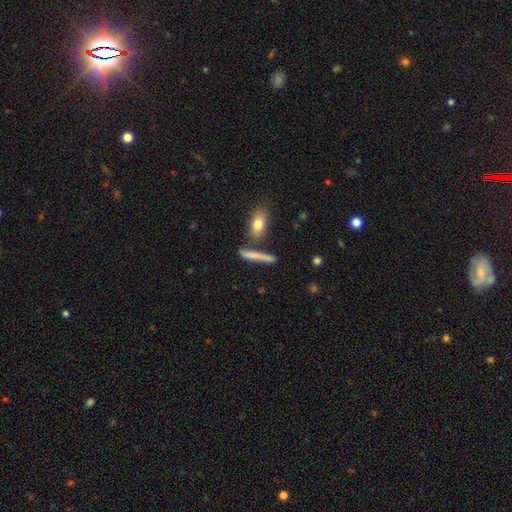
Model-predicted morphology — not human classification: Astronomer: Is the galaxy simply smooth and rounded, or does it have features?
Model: smooth — 66%.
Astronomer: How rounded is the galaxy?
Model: cigar-shaped — 85%.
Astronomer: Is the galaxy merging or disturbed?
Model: none — 71%.